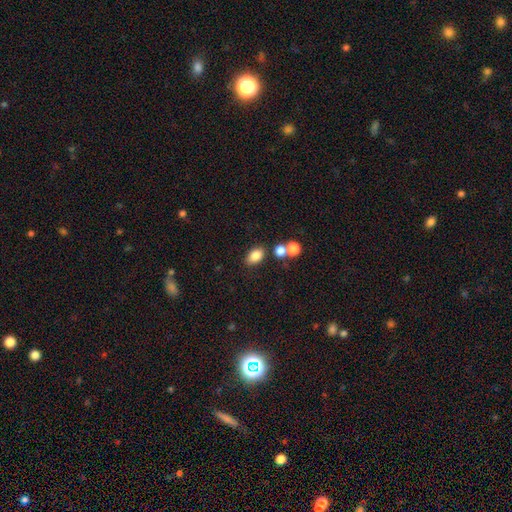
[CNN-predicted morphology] Q: Smooth or featured?
A: smooth (82%); runner-up: star or artifact (10%)
Q: How rounded?
A: in between (84%); runner-up: round (14%)
Q: Merging?
A: none (72%); runner-up: merger (14%)